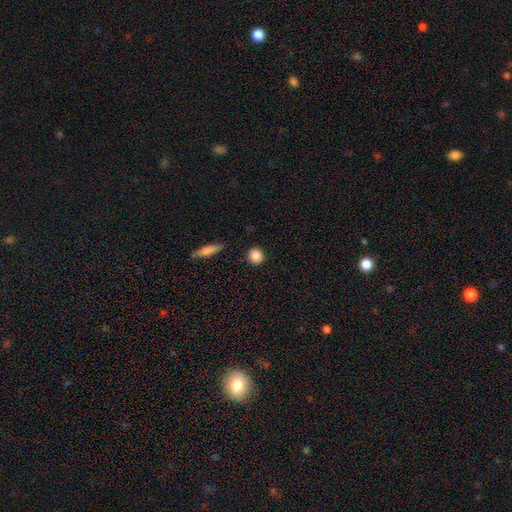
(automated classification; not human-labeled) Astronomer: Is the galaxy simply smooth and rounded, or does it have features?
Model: smooth — 88%.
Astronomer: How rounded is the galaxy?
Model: round — 86%.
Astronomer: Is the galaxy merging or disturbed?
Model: none — 89%.